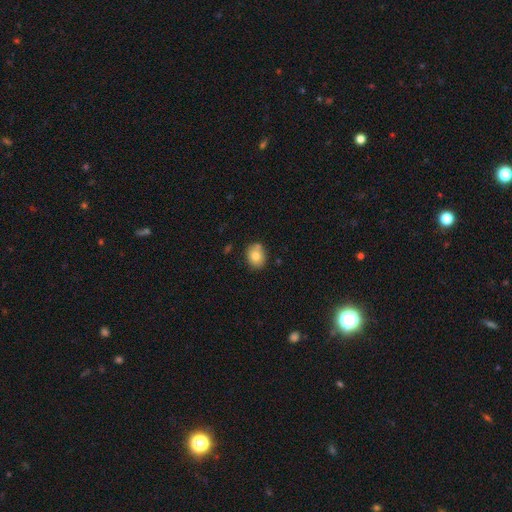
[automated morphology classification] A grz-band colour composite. It shows a smooth galaxy with no disk features (80%) that is round (51%). Merging: none (75%).